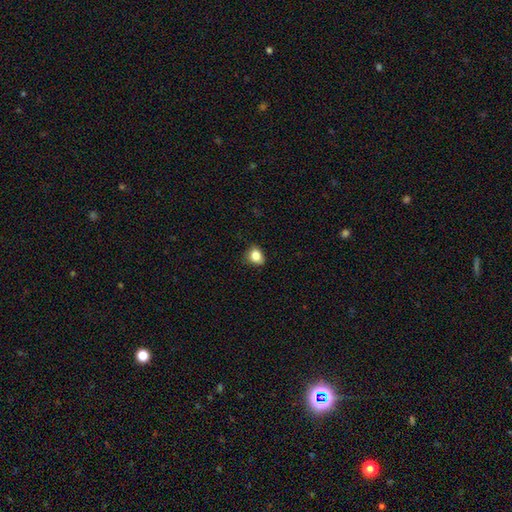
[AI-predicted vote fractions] Overall: smooth (84%). How rounded: round (52%; in between 47%). Merging: none (77%).